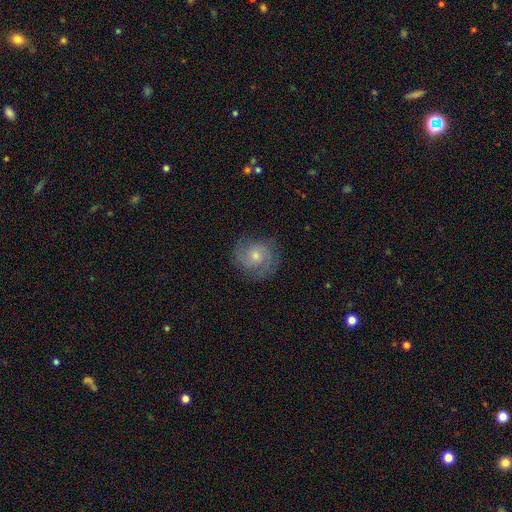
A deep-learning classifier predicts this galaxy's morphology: smooth_or_featured: featured or disk (p=0.65) [alt: smooth p=0.25]
disk_edge_on: no (p=0.97) [alt: yes p=0.03]
bar: no (p=0.76) [alt: weak p=0.20]
has_spiral_arms: yes (p=0.90) [alt: no p=0.10]
spiral_winding: tight (p=0.52) [alt: medium p=0.36]
spiral_arm_count: 2 (p=0.47) [alt: can't tell p=0.26]
bulge_size: small (p=0.51) [alt: moderate p=0.44]
merging: none (p=0.78) [alt: minor disturbance p=0.15]